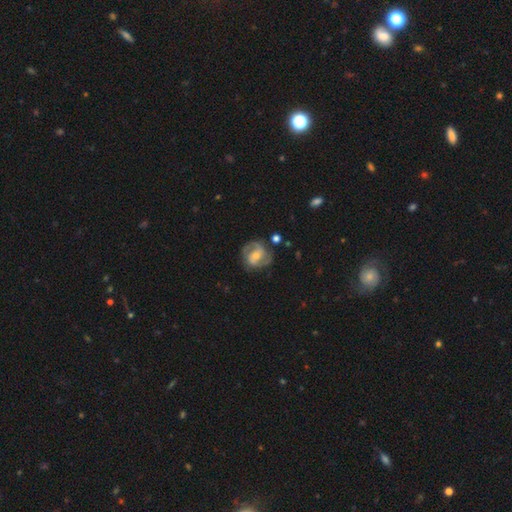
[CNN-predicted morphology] A featured or disk galaxy (78%) with a weak bar (43%), 2 (77%) medium (50%) spiral arms (91%) and a moderate central bulge (47%).

Vote fractions:
- Smooth or featured? featured or disk: 78% / smooth: 17% / star or artifact: 6%
- Edge-on disk? no: 97% / yes: 3%
- Bar? weak: 43% / no: 35% / strong: 23%
- Spiral arms? yes: 91% / no: 9%
- Spiral winding? medium: 50% / tight: 32% / loose: 18%
- Spiral arm count? 2: 77% / can't tell: 9% / 3: 8% / 1: 3% / 4: 2% / more than 4: 1%
- Bulge size? moderate: 47% / small: 46% / large: 3% / none: 2% / dominant: 1%
- Merging? none: 72% / minor disturbance: 17% / major disturbance: 8% / merger: 3%